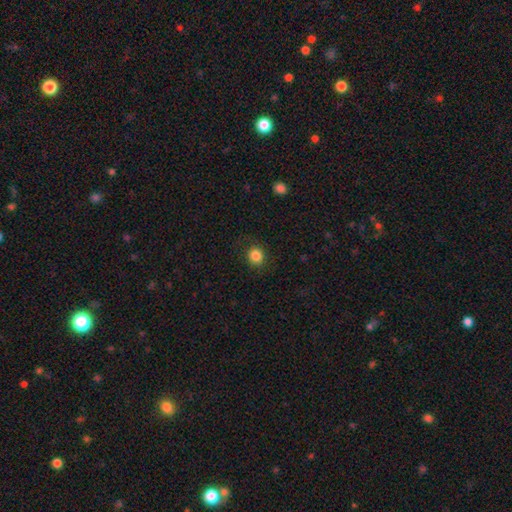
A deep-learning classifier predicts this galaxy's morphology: smooth_or_featured: smooth (p=0.85) [alt: star or artifact p=0.11]
how_rounded: round (p=0.85) [alt: in between p=0.14]
merging: none (p=0.86) [alt: minor disturbance p=0.09]